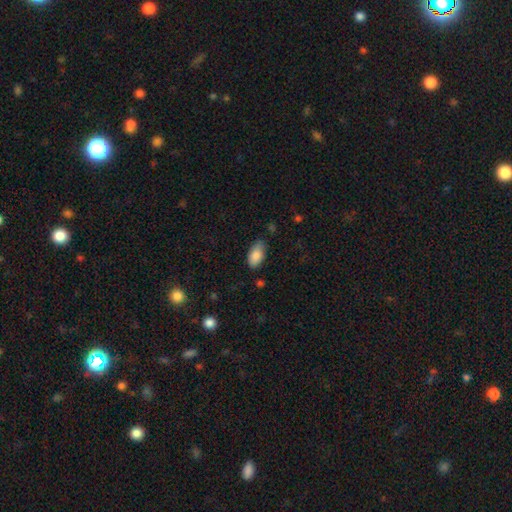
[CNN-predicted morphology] Overall: smooth (87%). How rounded: in between (94%). Merging: none (74%).